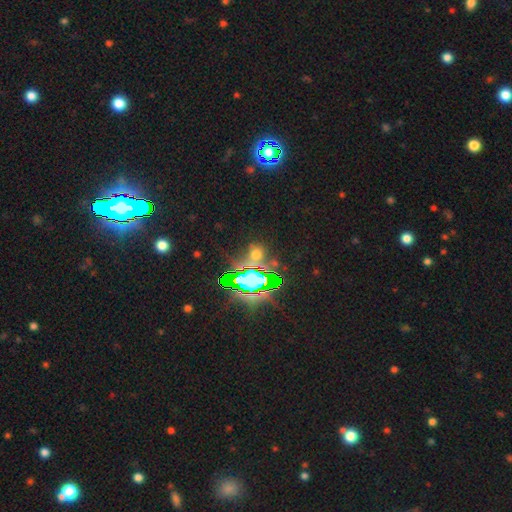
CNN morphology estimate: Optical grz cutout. It shows a star or artifact, not a galaxy (62%).